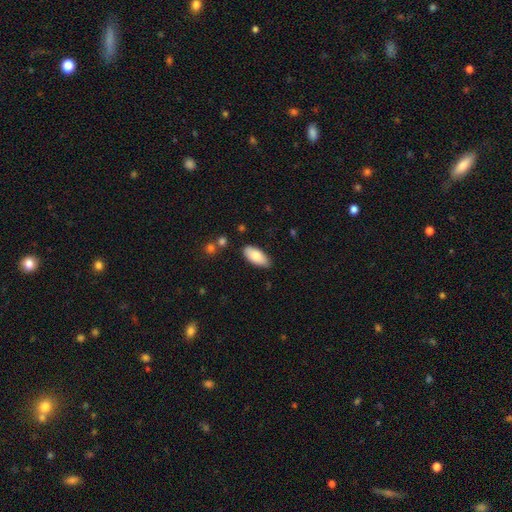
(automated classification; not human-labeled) A smooth galaxy with no disk features (81%) that is in between round and cigar-shaped (90%). Merging: none (85%).